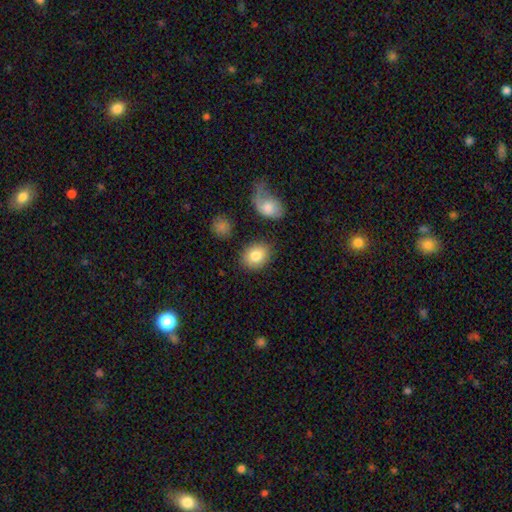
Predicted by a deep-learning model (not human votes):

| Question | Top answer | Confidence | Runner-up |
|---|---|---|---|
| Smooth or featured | smooth | 82% | featured or disk (10%) |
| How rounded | in between | 54% | round (45%) |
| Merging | none | 81% | minor disturbance (11%) |